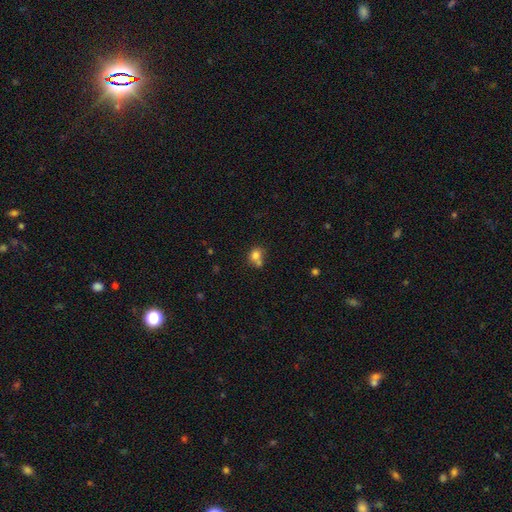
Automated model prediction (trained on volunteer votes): A smooth galaxy with no disk features (78%) that is round (73%). Merging: none (44%).